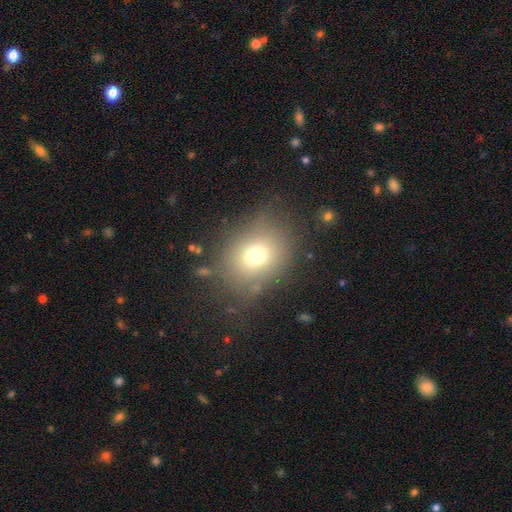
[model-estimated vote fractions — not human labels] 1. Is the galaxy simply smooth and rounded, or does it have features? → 71% smooth, 16% star or artifact, 14% featured or disk.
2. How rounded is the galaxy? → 56% round, 43% in between, 1% cigar-shaped.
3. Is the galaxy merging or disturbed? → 71% none, 16% minor disturbance, 10% major disturbance, 3% merger.